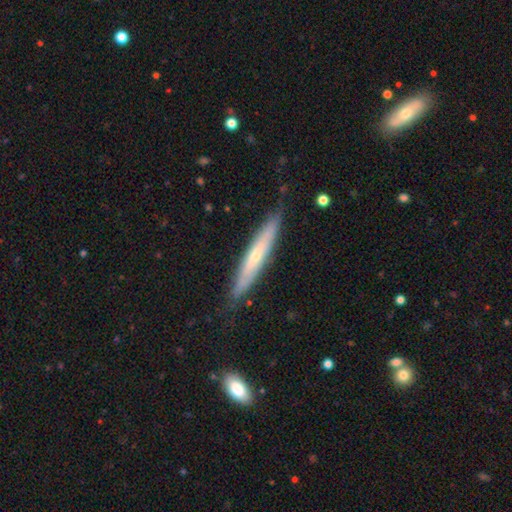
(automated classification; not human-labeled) Q: Smooth or featured?
A: featured or disk (54%); runner-up: smooth (40%)
Q: Edge-on disk?
A: yes (84%); runner-up: no (16%)
Q: Merging?
A: none (82%); runner-up: minor disturbance (14%)